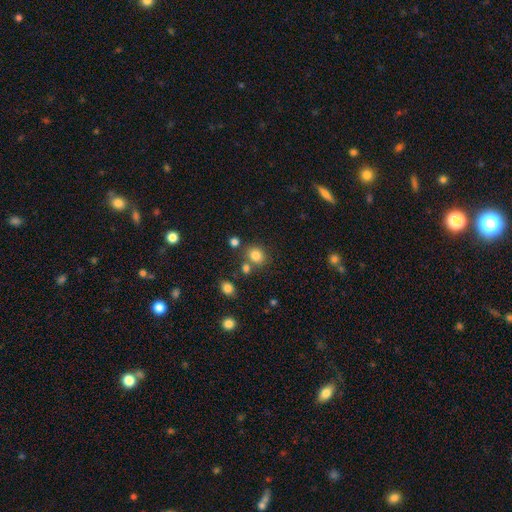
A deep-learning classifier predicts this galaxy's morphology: This is clearly a smooth galaxy (81%). How rounded: likely round (70%). Merging: likely none (70%).